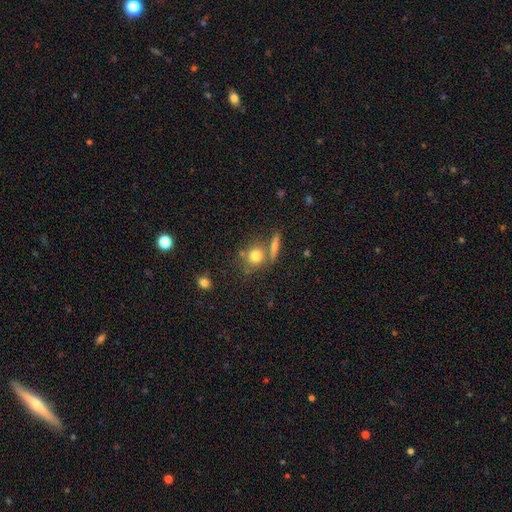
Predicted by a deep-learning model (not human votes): A smooth galaxy with no disk features (76%) that is round (78%). Merging: none (61%).